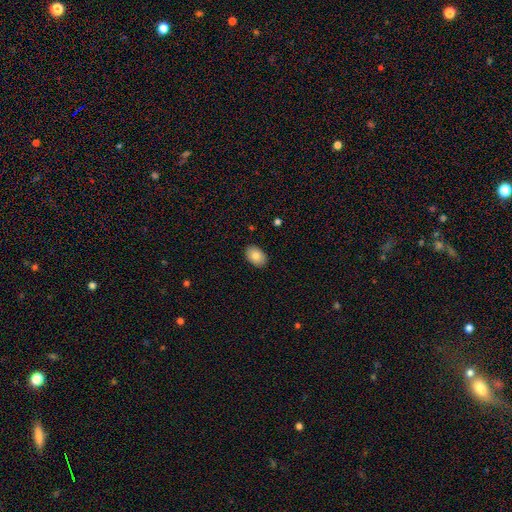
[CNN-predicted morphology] Overall: smooth (82%). How rounded: in between (85%). Merging: none (89%).